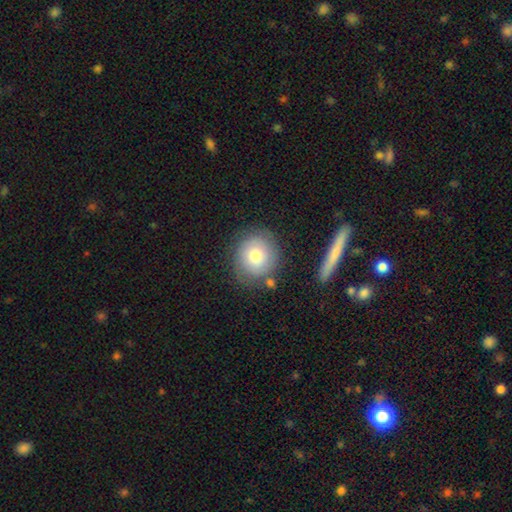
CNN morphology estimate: smooth_or_featured: smooth (p=0.72) [alt: featured or disk p=0.20]
how_rounded: round (p=0.86) [alt: in between p=0.13]
merging: none (p=0.77) [alt: minor disturbance p=0.13]